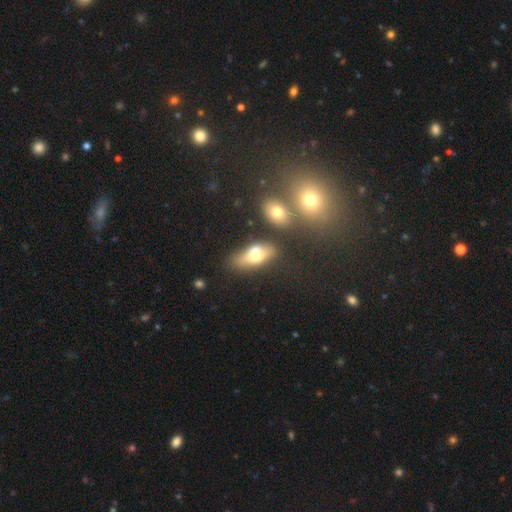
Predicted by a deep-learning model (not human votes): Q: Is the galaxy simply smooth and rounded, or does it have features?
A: smooth — 63%.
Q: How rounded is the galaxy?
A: in between — 79%.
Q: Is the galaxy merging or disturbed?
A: none — 58%.